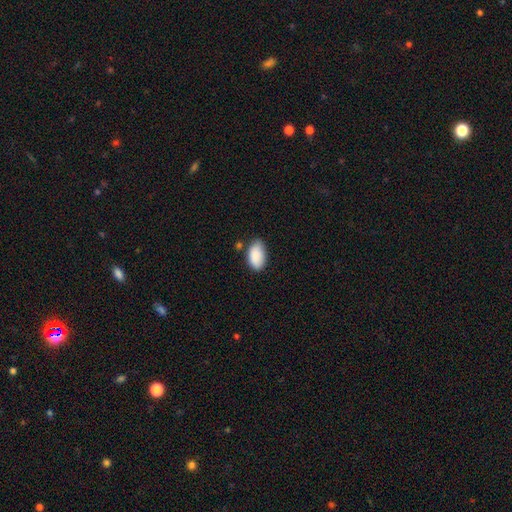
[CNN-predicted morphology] smooth-or-featured: smooth: 89% | star or artifact: 7% | featured or disk: 5%
  how-rounded: in between: 94% | round: 4% | cigar-shaped: 2%
  merging: none: 64% | minor disturbance: 27% | major disturbance: 5% | merger: 4%